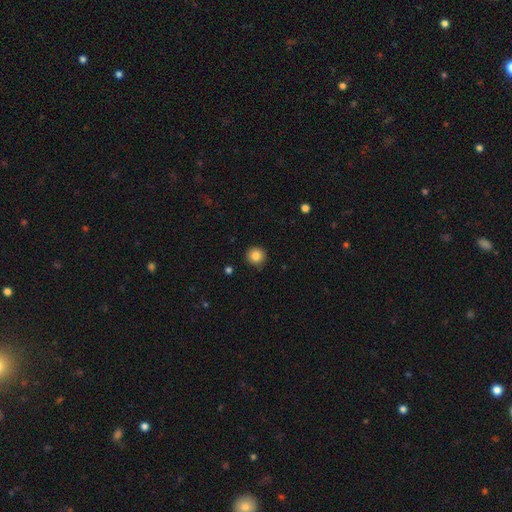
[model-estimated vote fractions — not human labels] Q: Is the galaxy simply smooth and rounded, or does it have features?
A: smooth — 84%.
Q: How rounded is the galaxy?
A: round — 94%.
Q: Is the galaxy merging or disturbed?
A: none — 90%.